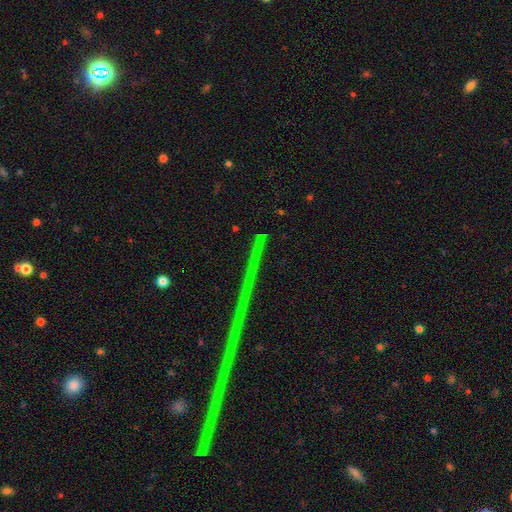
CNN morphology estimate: A star or artifact, not a galaxy (81%).